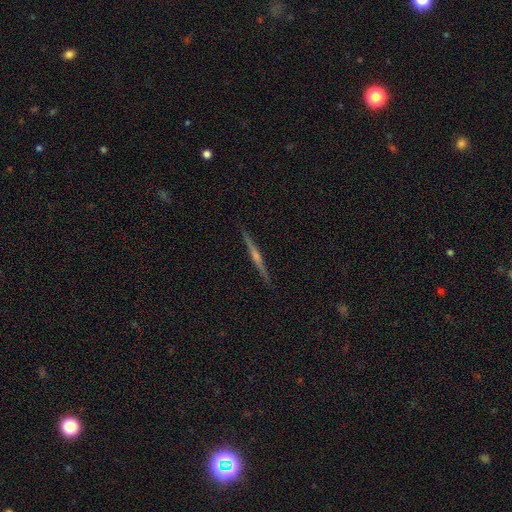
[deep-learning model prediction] A featured or disk galaxy (71%) viewed edge-on (96%) with a rounded central bulge (75%).

Vote fractions:
- Smooth or featured? featured or disk: 71% / smooth: 18% / star or artifact: 11%
- Edge-on disk? yes: 96% / no: 4%
- Edge-on bulge? rounded: 75% / none: 17% / boxy: 8%
- Merging? none: 89% / minor disturbance: 8% / major disturbance: 2% / merger: 2%